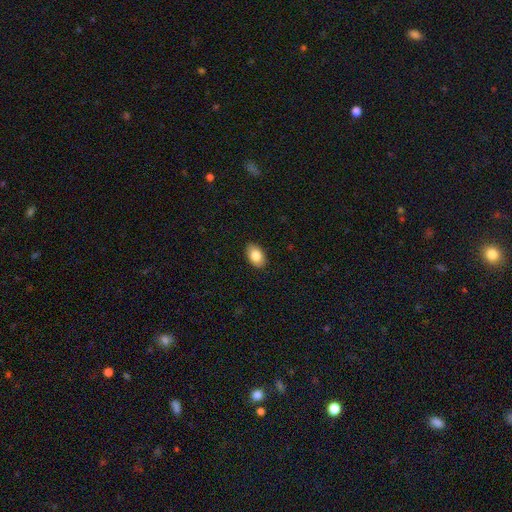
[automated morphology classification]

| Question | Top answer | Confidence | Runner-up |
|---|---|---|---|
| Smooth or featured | smooth | 83% | featured or disk (9%) |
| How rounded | in between | 90% | round (9%) |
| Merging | none | 89% | minor disturbance (8%) |